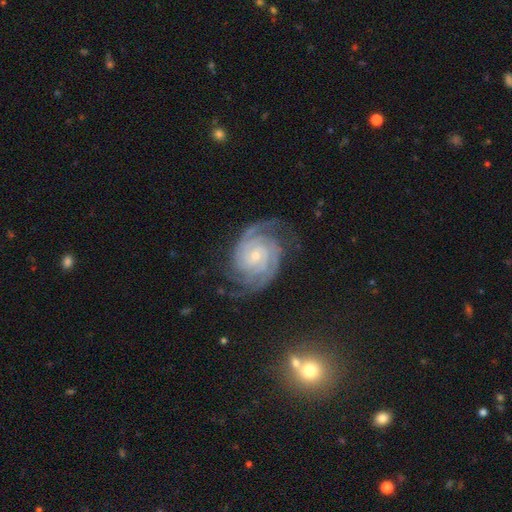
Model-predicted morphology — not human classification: smooth-or-featured: featured or disk: 91% | star or artifact: 5% | smooth: 4%
  disk-edge-on: no: 98% | yes: 2%
    bar: no: 67% | weak: 25% | strong: 8%
    has-spiral-arms: yes: 99% | no: 1%
      spiral-winding: tight: 74% | medium: 23% | loose: 4%
      spiral-arm-count: 2: 40% | 3: 22% | can't tell: 13% | 4: 11% | more than 4: 7% | 1: 7%
    bulge-size: small: 72% | moderate: 24% | none: 2% | large: 1% | dominant: 1%
  merging: none: 75% | minor disturbance: 16% | major disturbance: 8% | merger: 1%